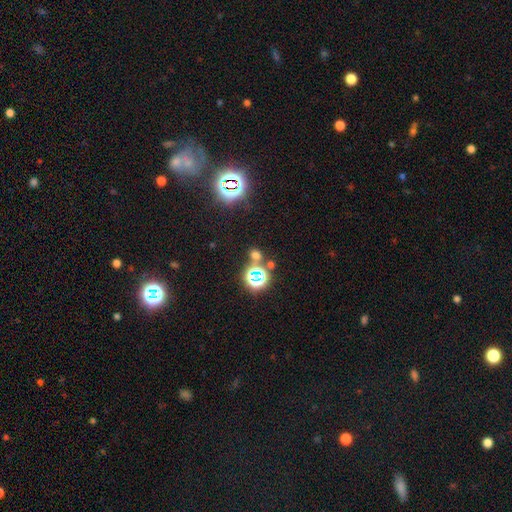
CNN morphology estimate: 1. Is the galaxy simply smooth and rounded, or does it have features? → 47% smooth, 46% star or artifact, 7% featured or disk.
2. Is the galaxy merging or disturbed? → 69% none, 18% merger, 9% minor disturbance, 5% major disturbance.